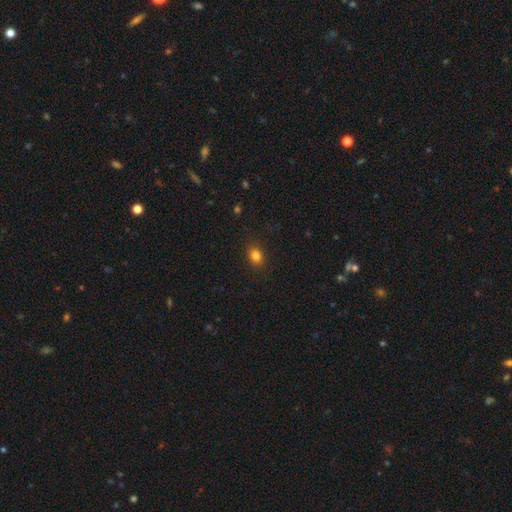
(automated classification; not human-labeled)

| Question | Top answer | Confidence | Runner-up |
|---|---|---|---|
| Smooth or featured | smooth | 83% | star or artifact (12%) |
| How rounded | in between | 60% | round (39%) |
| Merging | none | 87% | minor disturbance (9%) |